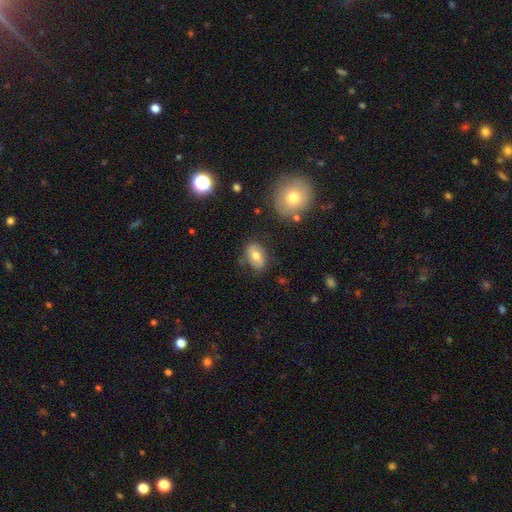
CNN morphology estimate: The model was most divided on "smooth or featured": smooth: 69%, featured or disk: 23%, star or artifact: 8%. More confident: how rounded — in between (82%); merging — none (74%).